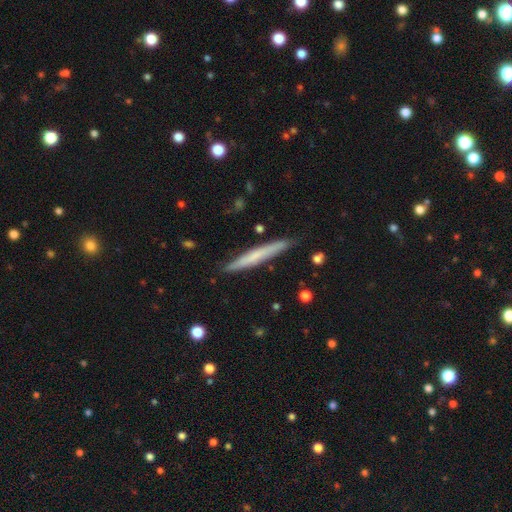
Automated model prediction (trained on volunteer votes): smooth-or-featured: smooth: 55% | featured or disk: 39% | star or artifact: 6%
  how-rounded: cigar-shaped: 96% | in between: 3% | round: 1%
  merging: none: 86% | minor disturbance: 10% | major disturbance: 2% | merger: 2%